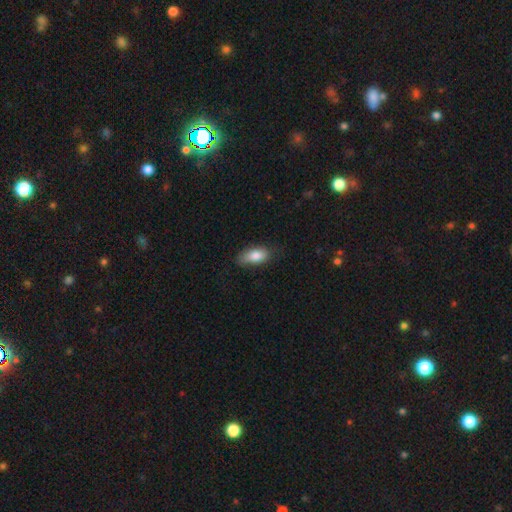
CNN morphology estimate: Smooth or featured: smooth — 81% (featured or disk — 12%)
How rounded: in between — 87% (cigar-shaped — 10%)
Merging: none — 67% (minor disturbance — 26%)